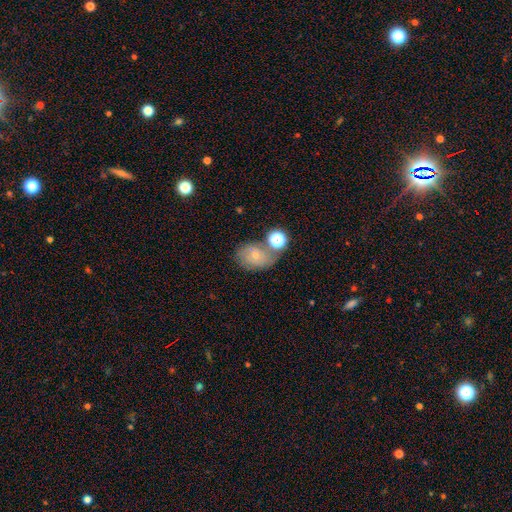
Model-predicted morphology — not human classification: smooth-or-featured: smooth: 53% | featured or disk: 34% | star or artifact: 13%
  how-rounded: in between: 63% | round: 36% | cigar-shaped: 1%
  merging: none: 53% | merger: 20% | minor disturbance: 19% | major disturbance: 8%